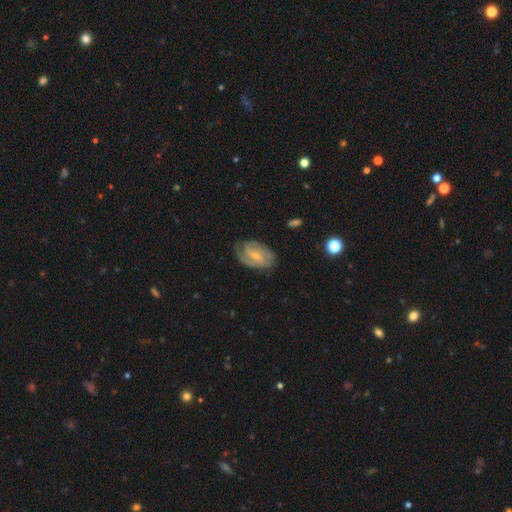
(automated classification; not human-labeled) This is clearly a featured or disk galaxy (84%). It is clearly not viewed edge-on (97%). Bar: possibly weak (51%). Spiral arm pattern: clearly yes (96%). Spiral arm count: possibly 2 (58%). Spiral winding: possibly tight (50%). Central bulge: likely small (65%). Merging: likely none (76%).